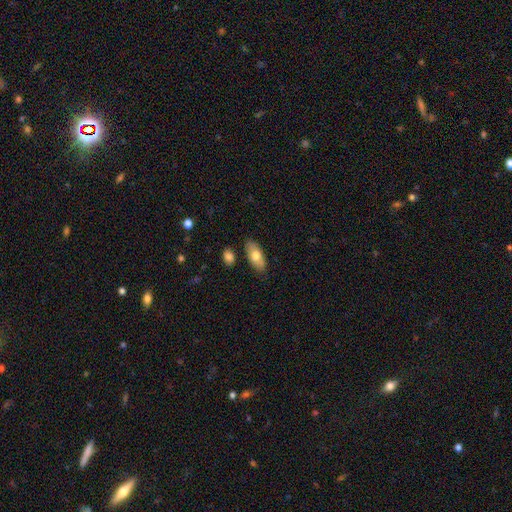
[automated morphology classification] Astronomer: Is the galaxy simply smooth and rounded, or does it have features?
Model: smooth — 74%.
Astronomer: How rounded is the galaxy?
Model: in between — 87%.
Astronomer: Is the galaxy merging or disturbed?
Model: none — 84%.